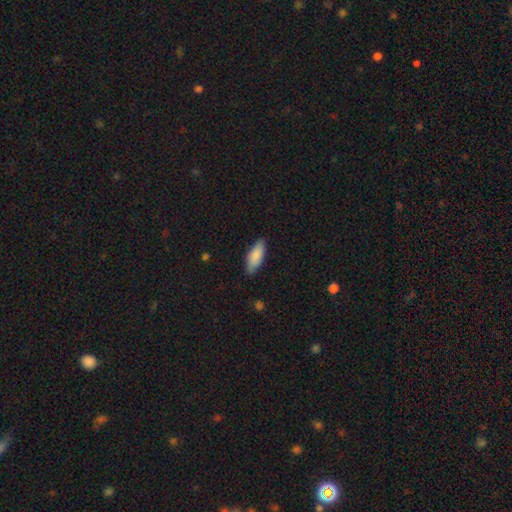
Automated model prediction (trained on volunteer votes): This is clearly a smooth galaxy (85%). How rounded: likely in between (74%). Merging: clearly none (82%).